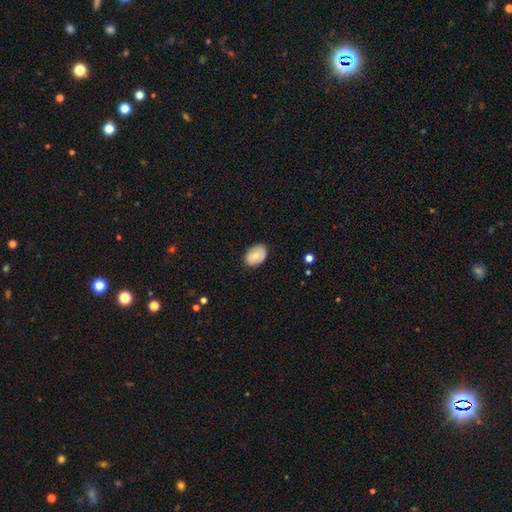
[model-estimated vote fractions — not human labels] This appears to be a smooth galaxy with no disk features (74%) that is in between round and cigar-shaped (80%). Merging: none (84%).